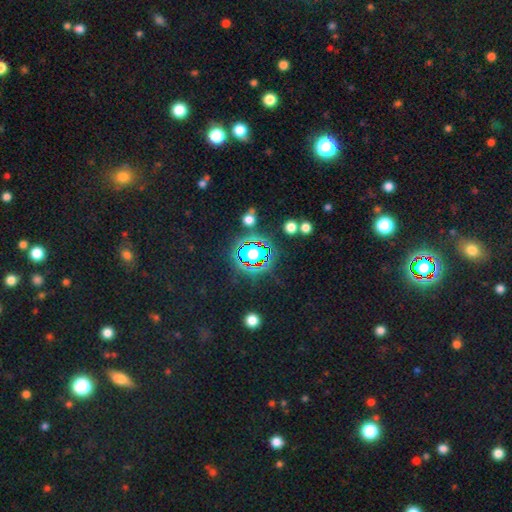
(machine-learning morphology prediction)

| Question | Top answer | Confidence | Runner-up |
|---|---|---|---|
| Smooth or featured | star or artifact | 79% | smooth (13%) |